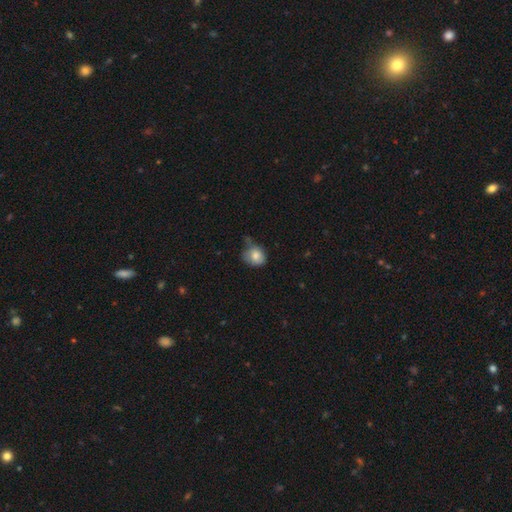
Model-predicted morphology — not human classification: Smooth or featured?
  - smooth: 80% *
  - featured or disk: 12%
  - star or artifact: 8%
How rounded?
  - round: 60% *
  - in between: 39%
  - cigar-shaped: 1%
Merging?
  - none: 43% *
  - minor disturbance: 39%
  - major disturbance: 12%
  - merger: 6%